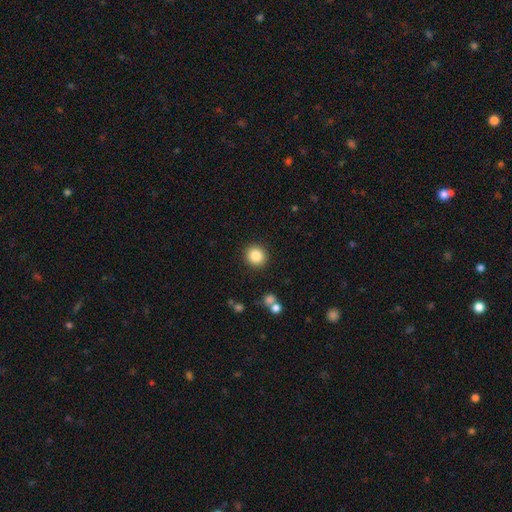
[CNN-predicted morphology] The model was most divided on "smooth or featured": smooth: 85%, star or artifact: 9%, featured or disk: 5%. More confident: merging — none (90%); how rounded — round (89%).